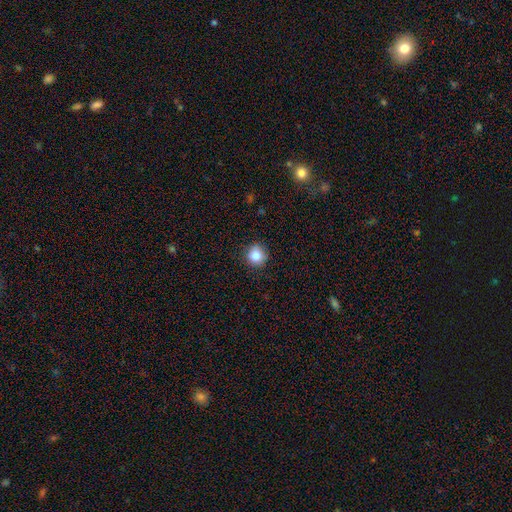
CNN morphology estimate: type=smooth (83%); roundness=round (93%); merging=none (89%).